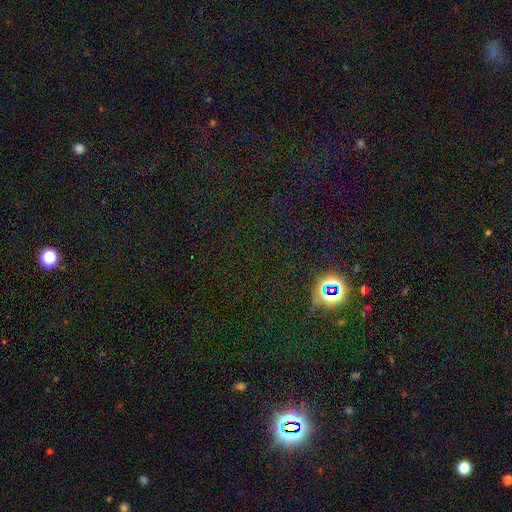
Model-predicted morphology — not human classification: The model was most divided on "smooth or featured": star or artifact: 79%, smooth: 14%, featured or disk: 7%.